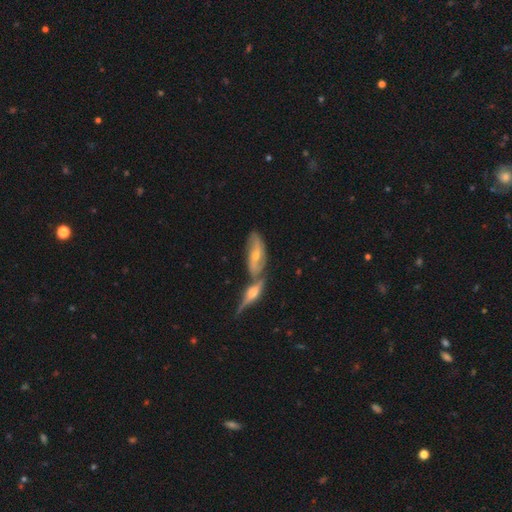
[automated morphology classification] featured or disk 71%, smooth 23%, star or artifact 6%. Down the decision tree: edge-on disk — no (69%); merging — merger (44%).